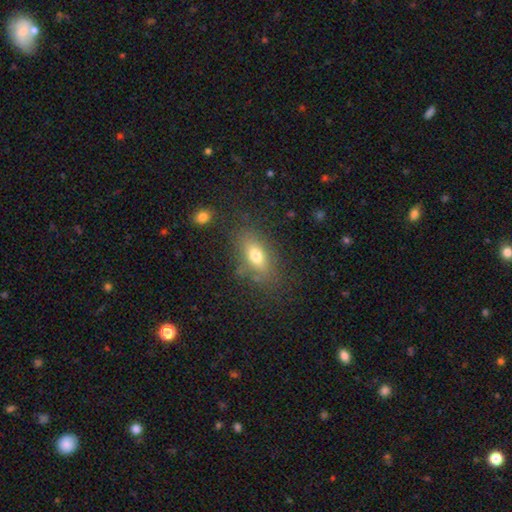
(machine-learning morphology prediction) A smooth galaxy with no disk features (70%) that is in between round and cigar-shaped (79%). Merging: none (77%).